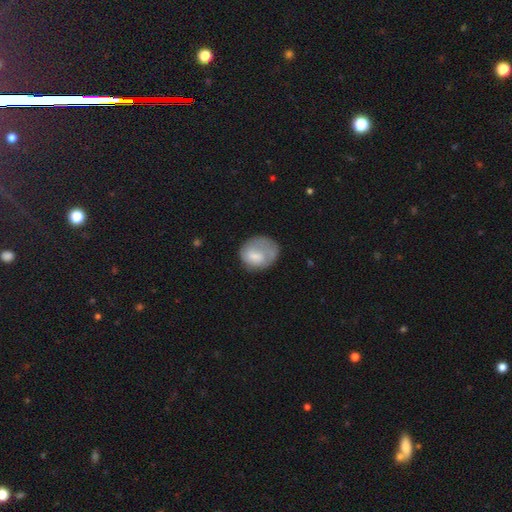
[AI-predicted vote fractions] smooth 66%, featured or disk 27%, star or artifact 7%. Down the decision tree: how rounded — round (58%); merging — none (43%).